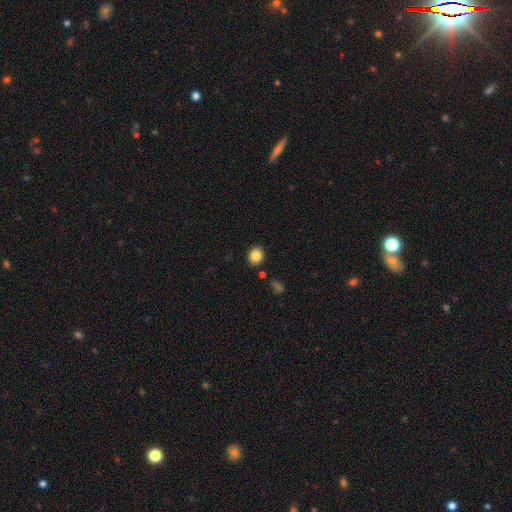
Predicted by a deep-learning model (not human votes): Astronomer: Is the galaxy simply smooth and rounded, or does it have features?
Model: smooth — 84%.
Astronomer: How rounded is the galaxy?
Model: round — 65%.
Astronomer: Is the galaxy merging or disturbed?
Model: none — 87%.